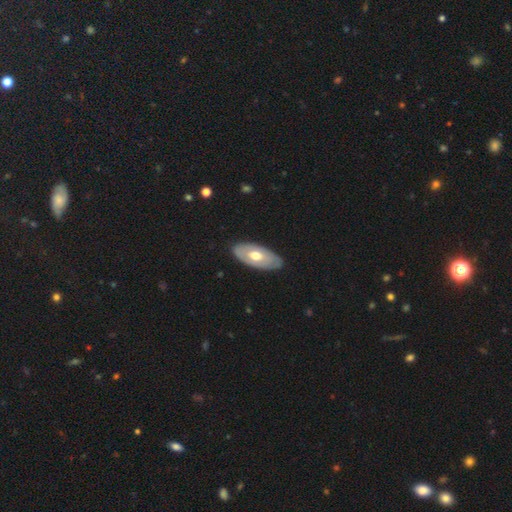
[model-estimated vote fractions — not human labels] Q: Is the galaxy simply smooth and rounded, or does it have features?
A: featured or disk — 50%.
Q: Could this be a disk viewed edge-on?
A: no — 81%.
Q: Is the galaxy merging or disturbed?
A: none — 84%.